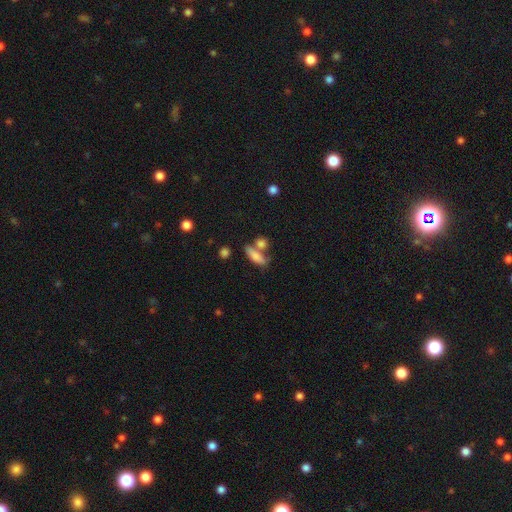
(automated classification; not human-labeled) smooth 79%, featured or disk 13%, star or artifact 8%. Down the decision tree: how rounded — in between (57%); merging — none (49%).